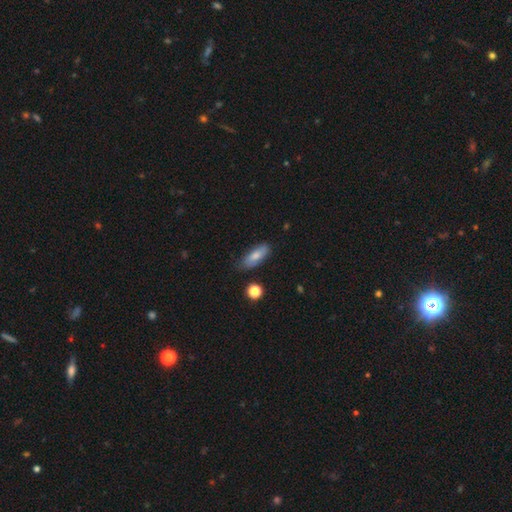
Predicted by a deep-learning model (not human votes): A smooth galaxy with no disk features (76%) that is in between round and cigar-shaped (69%). Merging: none (74%).